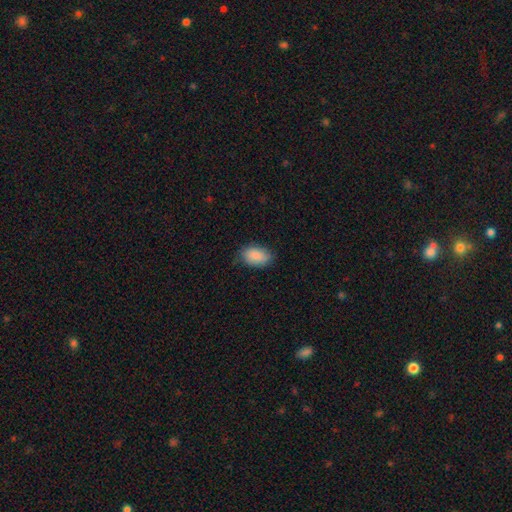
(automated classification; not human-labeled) A smooth galaxy with no disk features (89%) that is in between round and cigar-shaped (90%). Merging: none (75%).